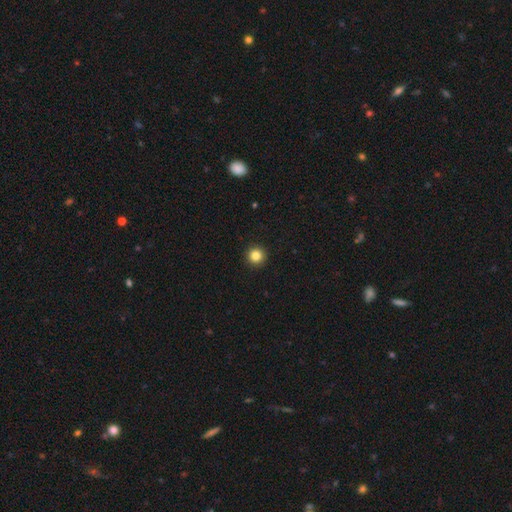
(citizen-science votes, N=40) Smooth or featured? 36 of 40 (90%) said smooth. How rounded? 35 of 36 (97%) said round. Merging? 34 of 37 (92%) said none.